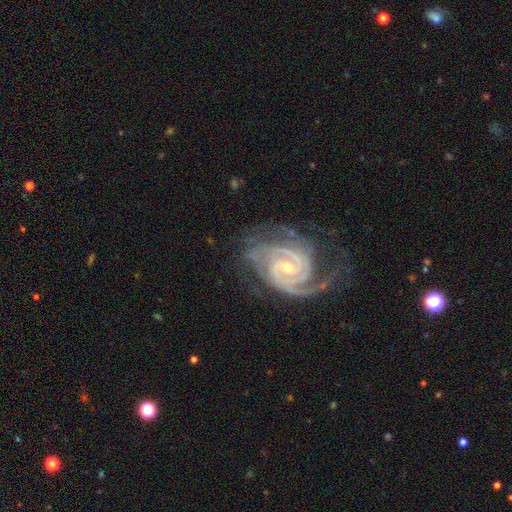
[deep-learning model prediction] featured or disk 93%, star or artifact 4%, smooth 3%. Down the decision tree: edge-on disk — no (98%); bar — weak (43%); spiral arms — yes (99%); spiral arm count — 2 (47%); spiral winding — tight (68%); bulge size — small (62%); merging — none (65%).